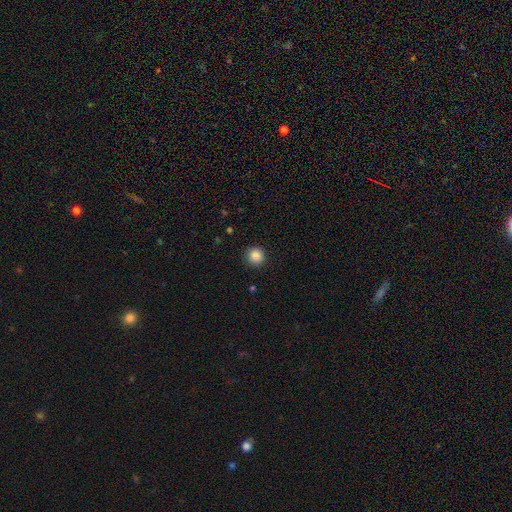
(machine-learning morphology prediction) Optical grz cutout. It shows a smooth galaxy with no disk features (86%) that is round (94%). Merging: none (91%).